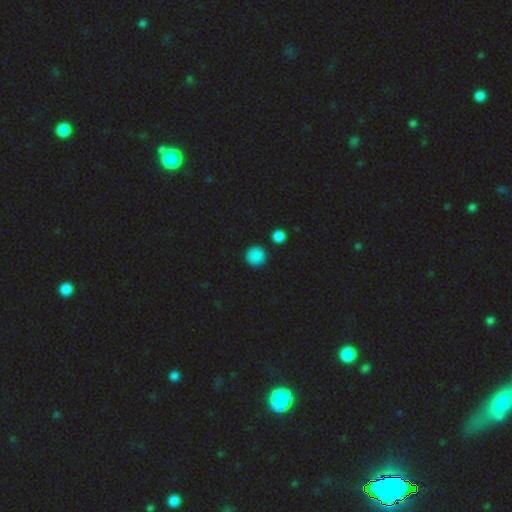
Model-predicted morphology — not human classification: The model was most divided on "smooth or featured": smooth: 86%, star or artifact: 11%, featured or disk: 3%. More confident: how rounded — round (93%); merging — none (89%).